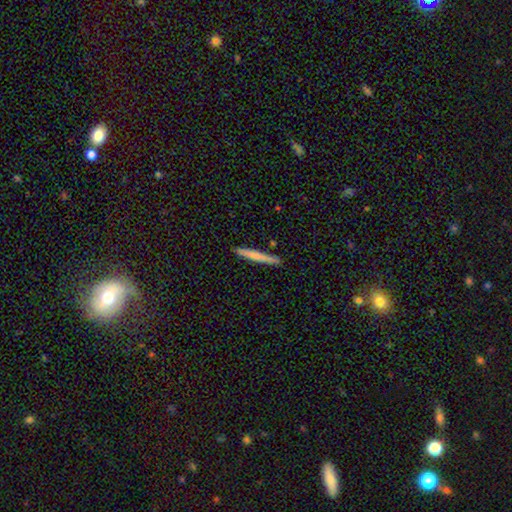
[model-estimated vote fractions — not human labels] A smooth galaxy with no disk features (68%) that is cigar-shaped (96%). Merging: none (88%).